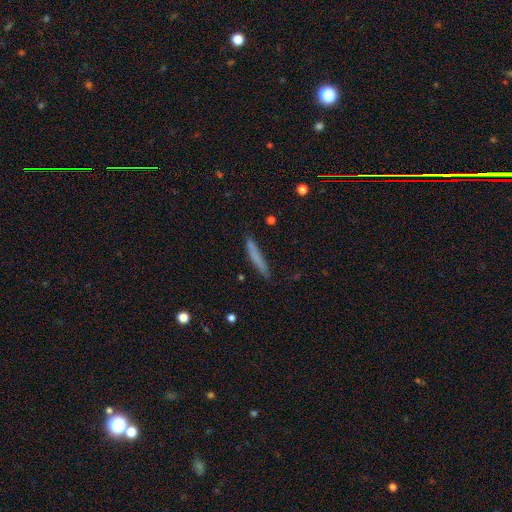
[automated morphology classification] A smooth galaxy with no disk features (73%) that is cigar-shaped (95%).

Vote fractions:
- Smooth or featured? smooth: 73% / featured or disk: 19% / star or artifact: 8%
- How rounded? cigar-shaped: 95% / in between: 4% / round: 1%
- Merging? none: 82% / minor disturbance: 13% / major disturbance: 3% / merger: 2%